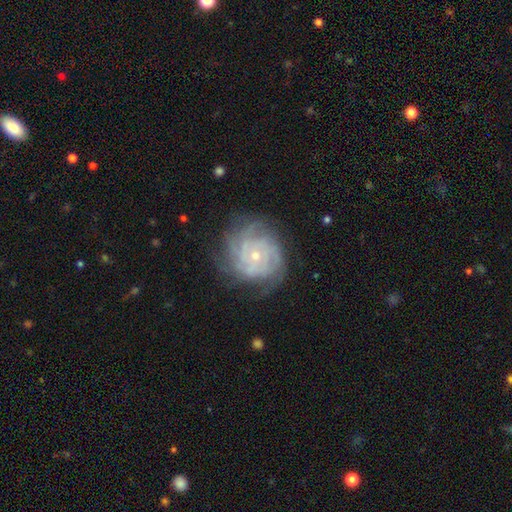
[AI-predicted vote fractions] A featured or disk galaxy (78%) with no bar (78%), tight (74%) spiral arms (95%) and a small central bulge (72%). Merging: none (76%).